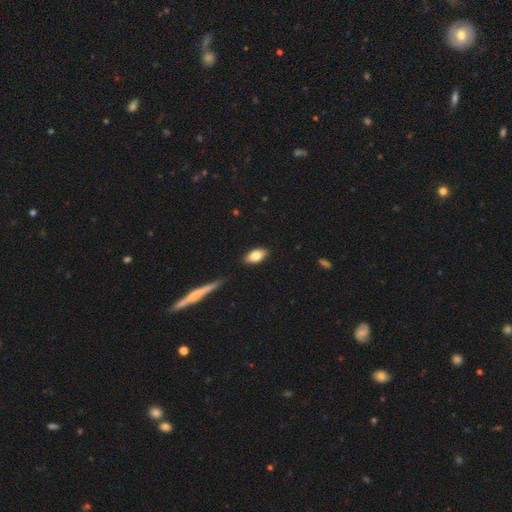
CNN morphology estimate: This appears to be a smooth galaxy with no disk features (81%) that is in between round and cigar-shaped (90%). Merging: none (87%).